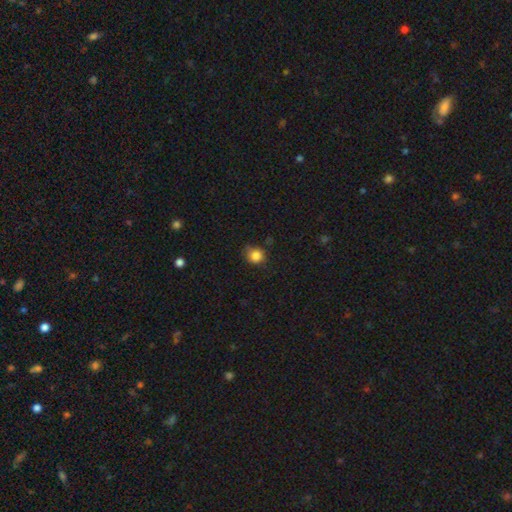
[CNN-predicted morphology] Smooth or featured? smooth (84%)
How rounded? round (80%)
Merging? none (68%)